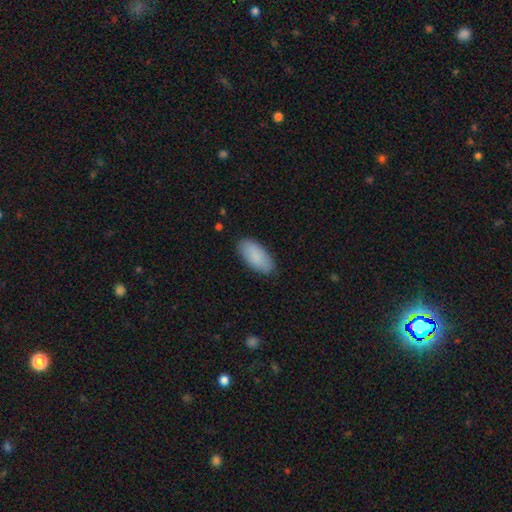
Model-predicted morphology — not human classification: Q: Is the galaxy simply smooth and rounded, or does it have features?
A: smooth — 89%.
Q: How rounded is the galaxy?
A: in between — 91%.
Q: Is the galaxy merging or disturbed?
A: none — 84%.